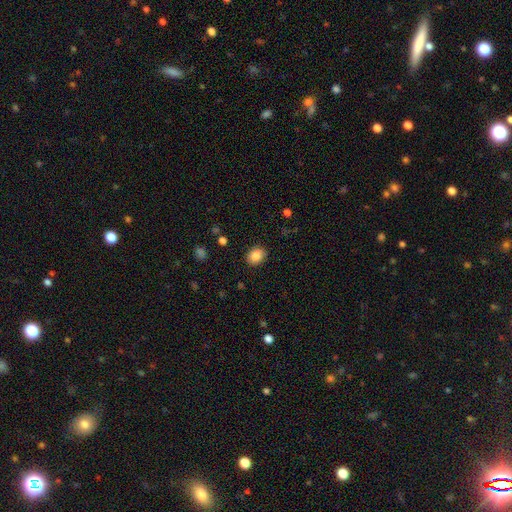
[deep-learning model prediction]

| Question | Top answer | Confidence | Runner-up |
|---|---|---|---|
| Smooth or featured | smooth | 86% | star or artifact (9%) |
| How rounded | in between | 52% | round (48%) |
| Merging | none | 88% | minor disturbance (9%) |